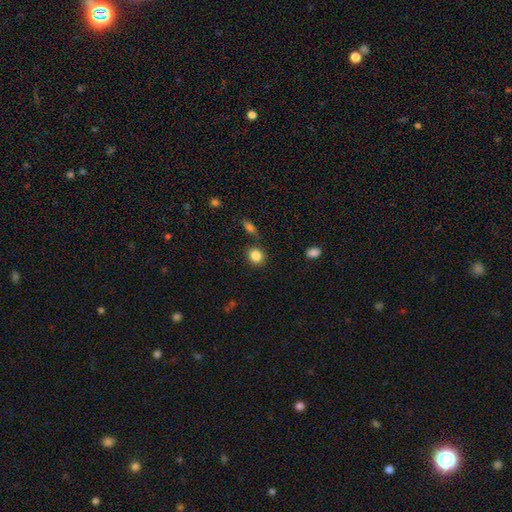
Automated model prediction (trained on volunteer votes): Smooth or featured? smooth (85%)
How rounded? round (79%)
Merging? none (82%)